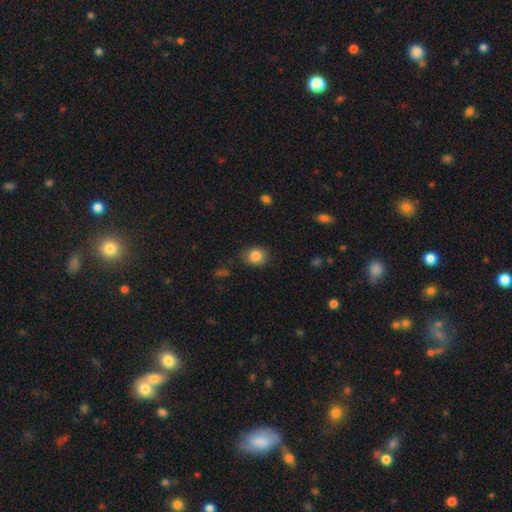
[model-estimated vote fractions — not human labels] Morphology: type=smooth (86%); roundness=round (67%); merging=none (78%).